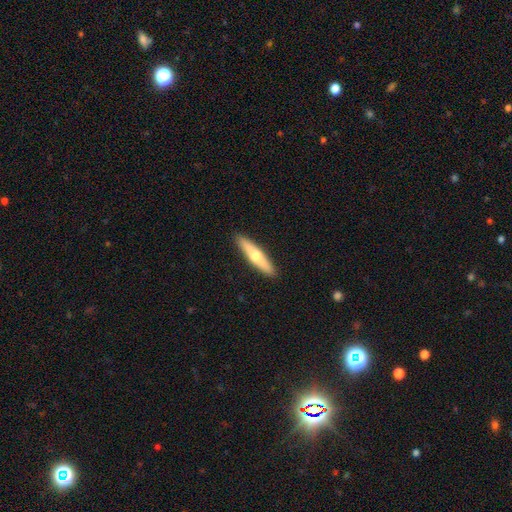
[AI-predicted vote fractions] A smooth galaxy with no disk features (55%) that is cigar-shaped (84%).

Vote fractions:
- Smooth or featured? smooth: 55% / featured or disk: 40% / star or artifact: 5%
- How rounded? cigar-shaped: 84% / in between: 14% / round: 2%
- Merging? none: 91% / minor disturbance: 6% / major disturbance: 1% / merger: 1%